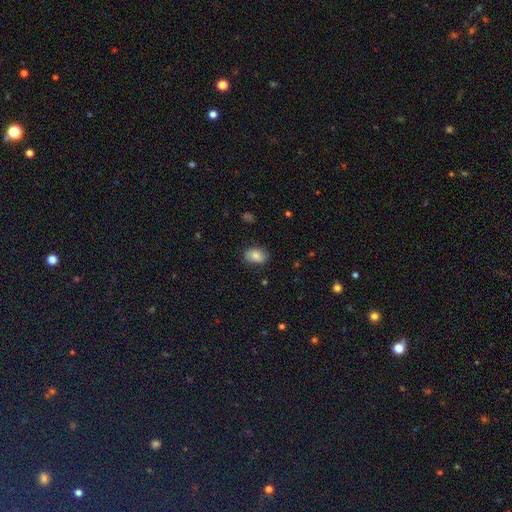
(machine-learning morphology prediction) This appears to be a smooth galaxy with no disk features (79%) that is in between round and cigar-shaped (84%). Merging: none (81%).